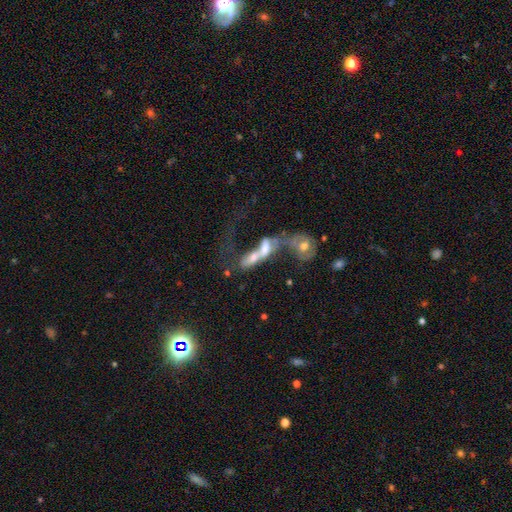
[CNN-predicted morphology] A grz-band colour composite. It shows a featured or disk galaxy (54%). Merging: merger (77%).